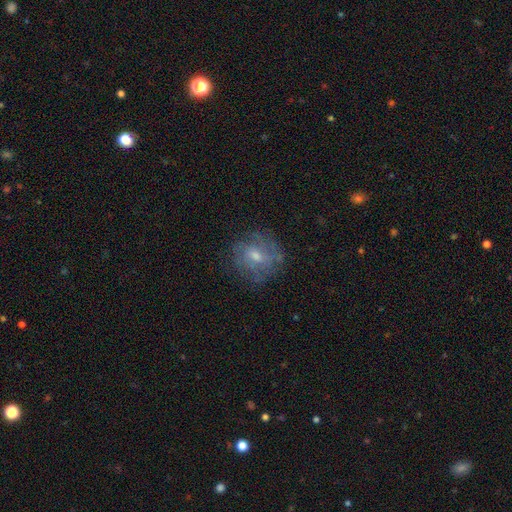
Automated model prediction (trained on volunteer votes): Q: Smooth or featured?
A: featured or disk (55%); runner-up: smooth (35%)
Q: Edge-on disk?
A: no (96%); runner-up: yes (4%)
Q: Bar?
A: no (53%); runner-up: weak (41%)
Q: Spiral arms?
A: yes (67%); runner-up: no (33%)
Q: Bulge size?
A: moderate (54%); runner-up: small (39%)
Q: Merging?
A: none (70%); runner-up: minor disturbance (19%)